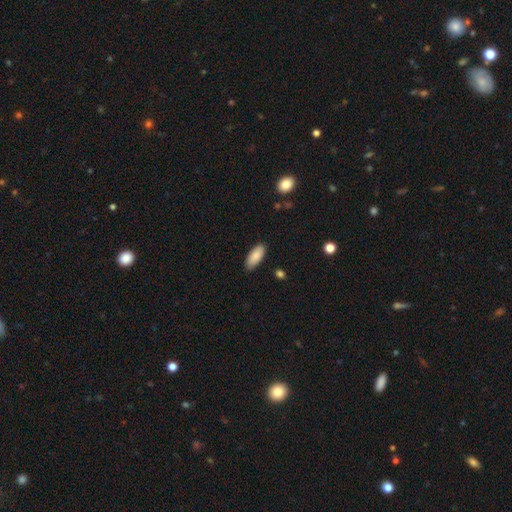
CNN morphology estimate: This is clearly a smooth galaxy (88%). How rounded: clearly in between (83%). Merging: clearly none (85%).